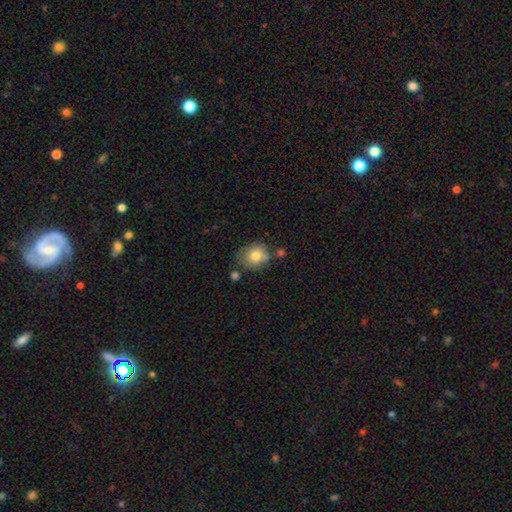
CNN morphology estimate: type=smooth (79%); roundness=round (67%); merging=none (62%).